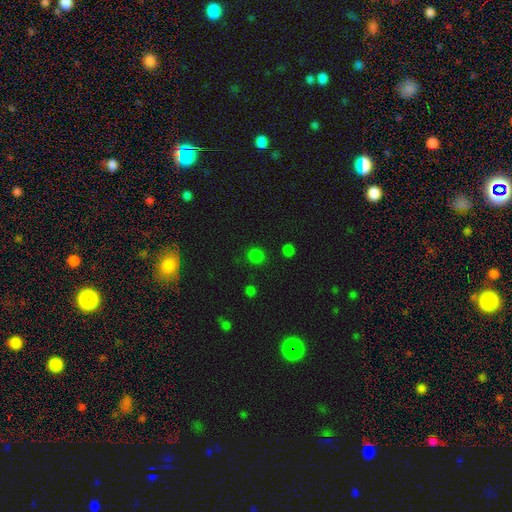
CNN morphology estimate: The model was most divided on "smooth or featured": smooth: 77%, star or artifact: 19%, featured or disk: 4%. More confident: how rounded — round (90%); merging — none (87%).